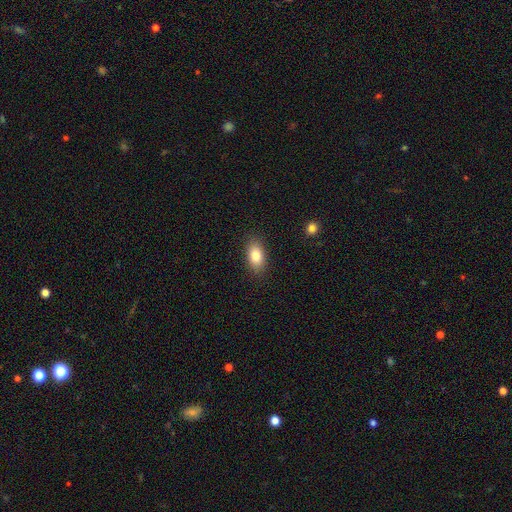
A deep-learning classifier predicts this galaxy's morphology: type=smooth (83%); roundness=in between (90%); merging=none (88%).